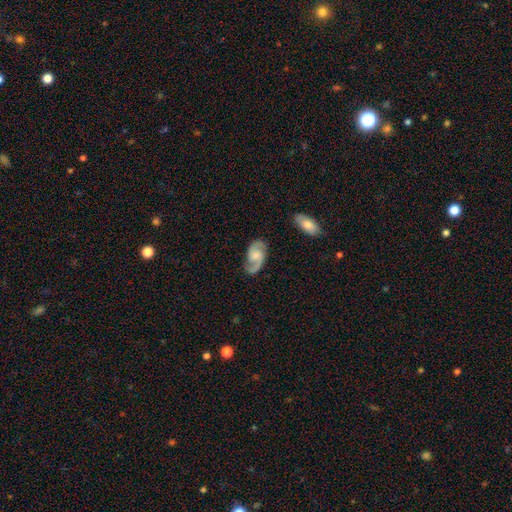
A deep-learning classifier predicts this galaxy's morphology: Smooth or featured: featured or disk — 83% (smooth — 12%)
Edge-on disk: no — 97% (yes — 3%)
Bar: no — 52% (weak — 40%)
Spiral arms: yes — 96% (no — 4%)
Spiral winding: medium — 52% (loose — 31%)
Spiral arm count: 2 — 90% (1 — 4%)
Bulge size: moderate — 33% (none — 29%)
Merging: none — 76% (minor disturbance — 16%)